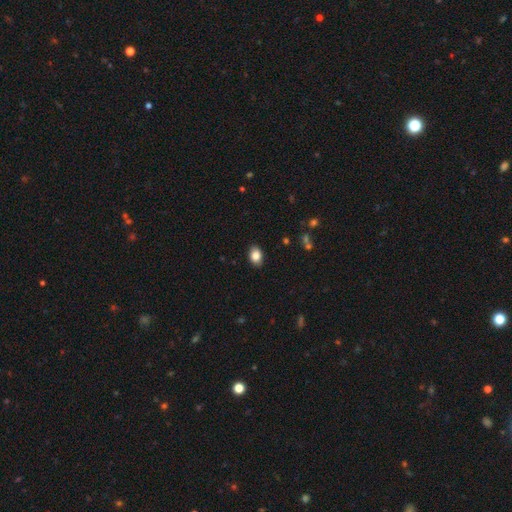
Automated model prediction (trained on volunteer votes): Morphology: type=smooth (85%); roundness=in between (79%); merging=none (88%).